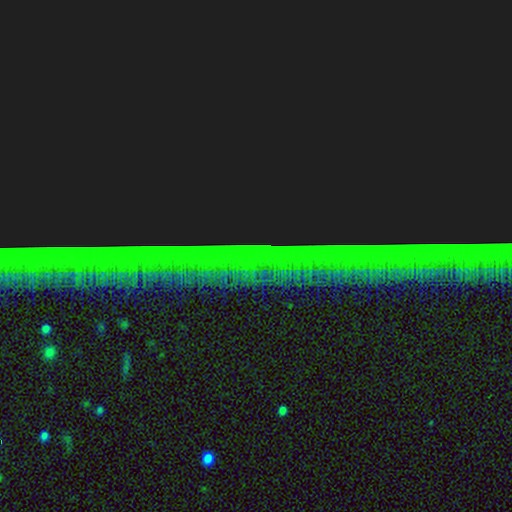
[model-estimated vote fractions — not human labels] Smooth or featured? Predicted: star or artifact (p=0.87).